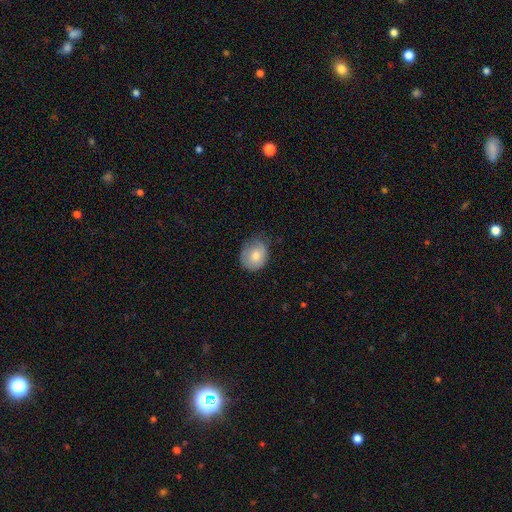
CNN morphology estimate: This appears to be a smooth galaxy with no disk features (73%) that is round (57%). Merging: none (64%).